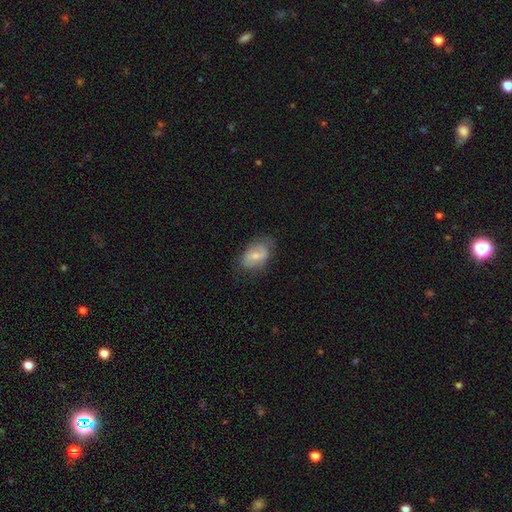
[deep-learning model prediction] This is possibly a smooth galaxy (55%). How rounded: clearly in between (86%). Merging: likely none (68%).